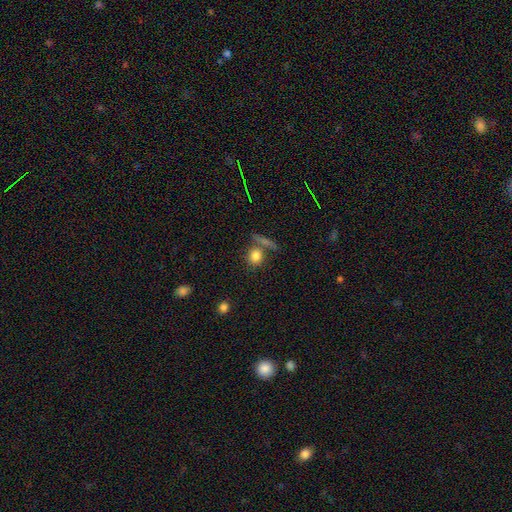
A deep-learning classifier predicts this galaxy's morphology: This is clearly a smooth galaxy (82%). How rounded: likely round (74%). Merging: likely none (64%).